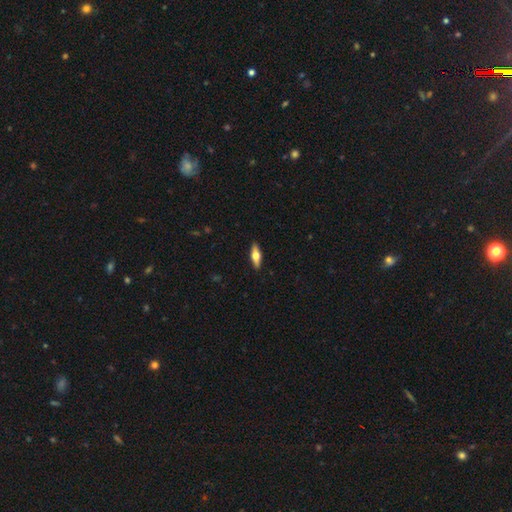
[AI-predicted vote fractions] Smooth or featured?
  - smooth: 48% *
  - featured or disk: 46%
  - star or artifact: 6%
Merging?
  - none: 91% *
  - minor disturbance: 7%
  - major disturbance: 2%
  - merger: 1%